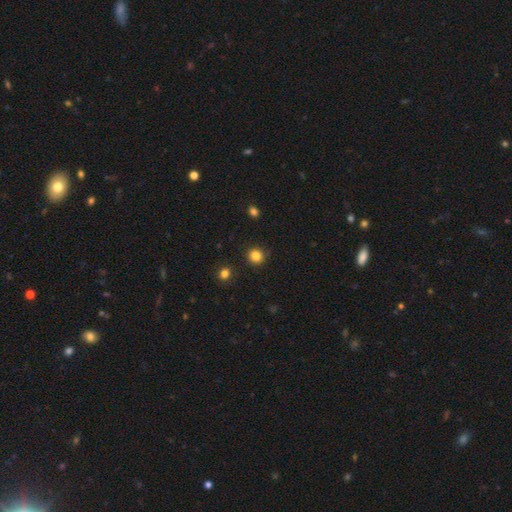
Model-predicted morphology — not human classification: The model was most divided on "smooth or featured": smooth: 84%, star or artifact: 12%, featured or disk: 4%. More confident: how rounded — round (91%); merging — none (89%).